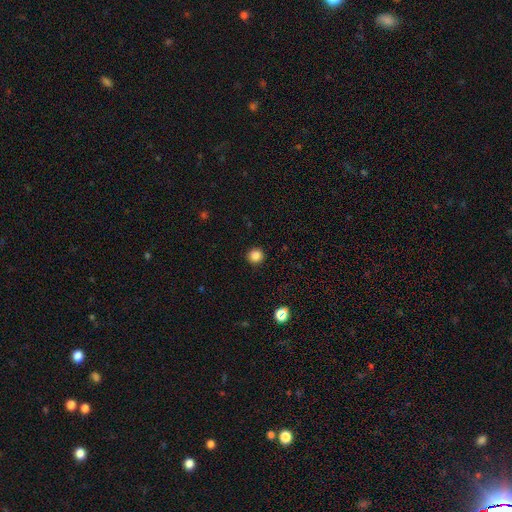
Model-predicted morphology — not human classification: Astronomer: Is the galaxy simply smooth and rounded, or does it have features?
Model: smooth — 84%.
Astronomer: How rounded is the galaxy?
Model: round — 95%.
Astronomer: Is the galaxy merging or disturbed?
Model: none — 93%.